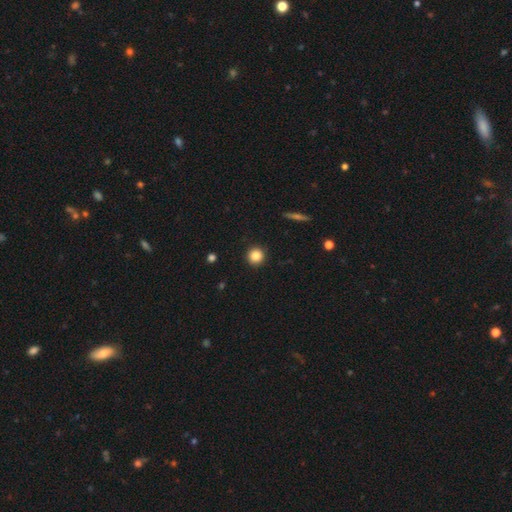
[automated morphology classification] type=smooth (85%); roundness=round (95%); merging=none (92%).